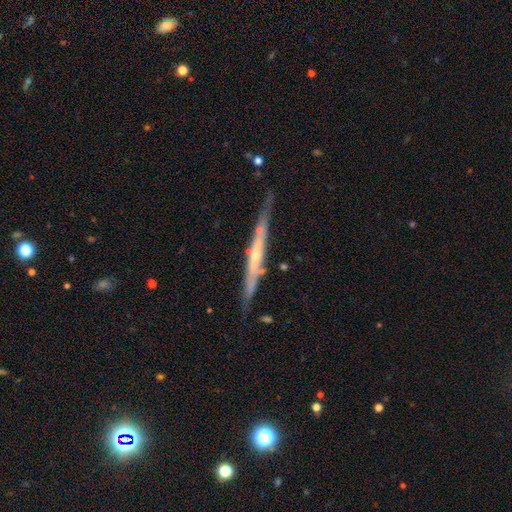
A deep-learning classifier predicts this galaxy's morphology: smooth_or_featured: featured or disk (p=0.76) [alt: smooth p=0.18]
disk_edge_on: yes (p=0.93) [alt: no p=0.07]
edge_on_bulge: none (p=0.47) [alt: rounded p=0.45]
merging: none (p=0.76) [alt: minor disturbance p=0.17]